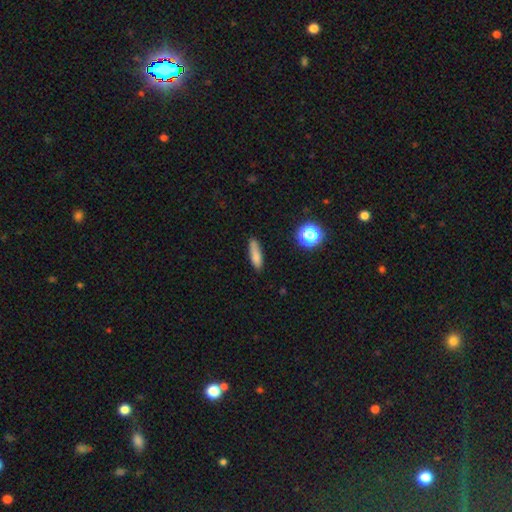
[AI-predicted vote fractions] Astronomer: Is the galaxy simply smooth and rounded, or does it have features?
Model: smooth — 80%.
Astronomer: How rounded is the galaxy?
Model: cigar-shaped — 62%.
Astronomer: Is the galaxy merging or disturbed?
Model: none — 75%.